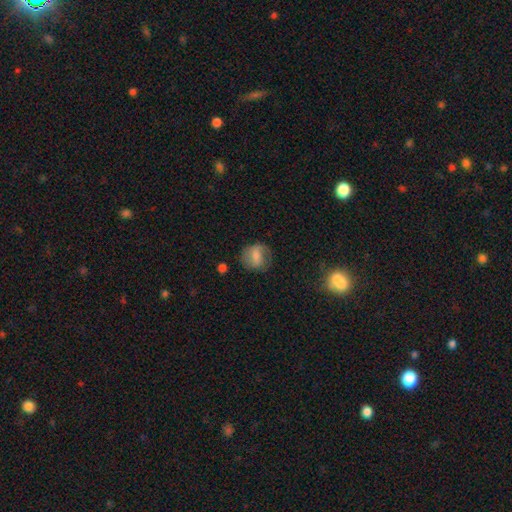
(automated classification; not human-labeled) Smooth or featured? Predicted: smooth (p=0.55). How rounded? Predicted: round (p=0.67). Merging? Predicted: none (p=0.66).